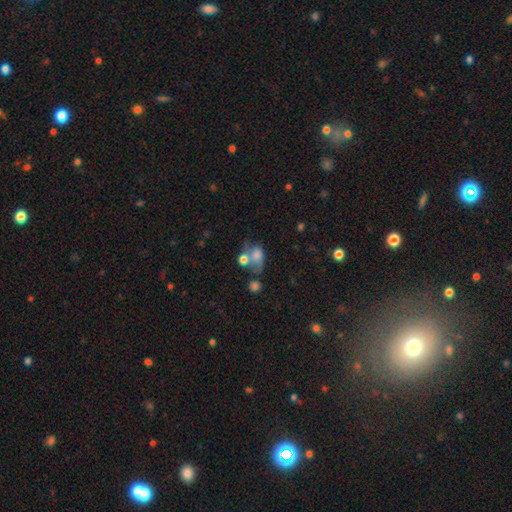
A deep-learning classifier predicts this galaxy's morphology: Smooth or featured? smooth (63%)
How rounded? in between (67%)
Merging? merger (43%)